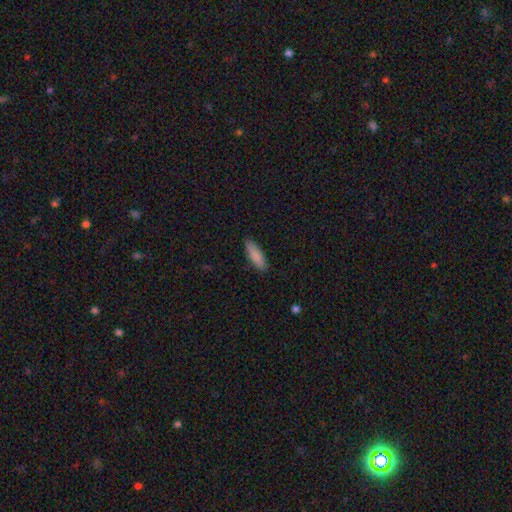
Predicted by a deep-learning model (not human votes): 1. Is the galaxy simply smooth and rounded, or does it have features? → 85% smooth, 9% featured or disk, 6% star or artifact.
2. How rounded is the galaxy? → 51% in between, 47% cigar-shaped, 2% round.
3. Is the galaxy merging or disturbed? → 89% none, 9% minor disturbance, 2% major disturbance, 1% merger.